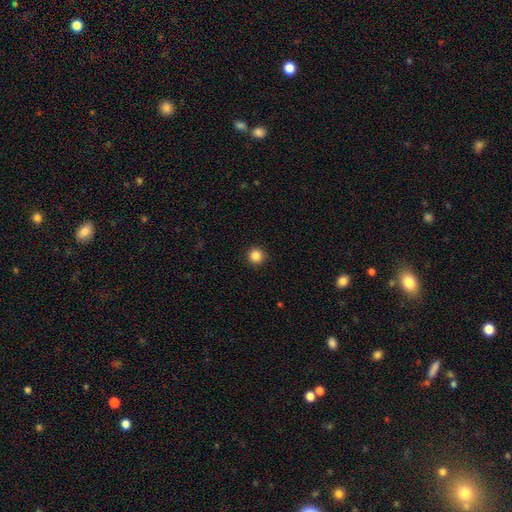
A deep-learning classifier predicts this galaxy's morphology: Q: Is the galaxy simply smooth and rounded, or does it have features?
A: smooth — 86%.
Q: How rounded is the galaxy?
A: round — 95%.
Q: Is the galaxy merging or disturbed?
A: none — 92%.